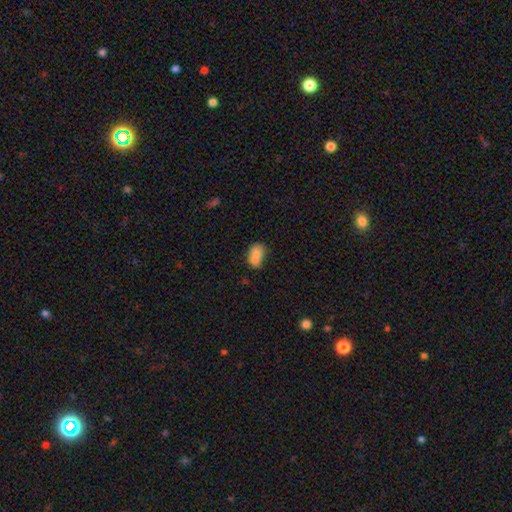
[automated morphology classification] This is likely a smooth galaxy (76%). How rounded: likely in between (75%). Merging: marginally merger (43%).